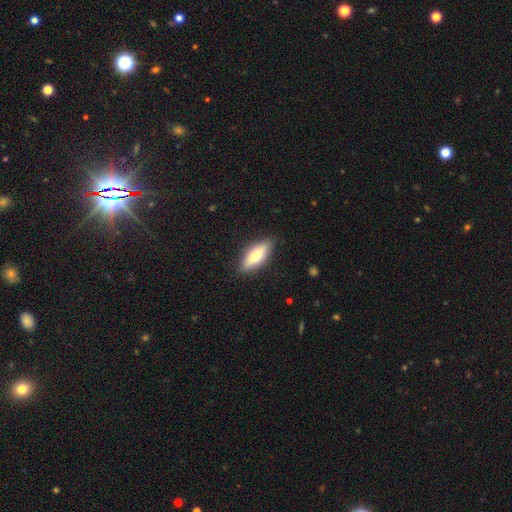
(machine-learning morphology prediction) Smooth or featured?
  - smooth: 67% *
  - featured or disk: 26%
  - star or artifact: 6%
How rounded?
  - in between: 68% *
  - cigar-shaped: 30%
  - round: 2%
Merging?
  - none: 86% *
  - minor disturbance: 10%
  - major disturbance: 2%
  - merger: 1%